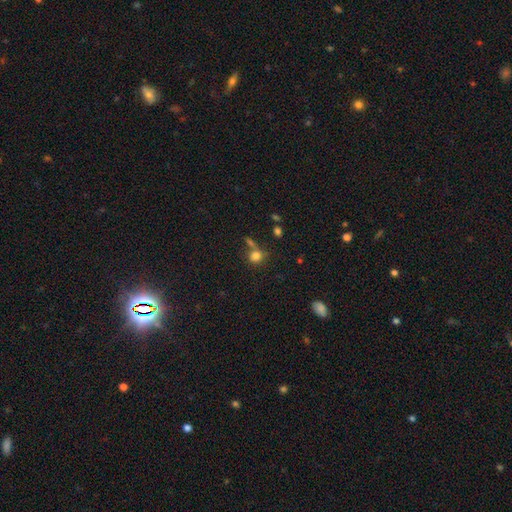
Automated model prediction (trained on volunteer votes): Smooth or featured?
  - smooth: 80% *
  - star or artifact: 12%
  - featured or disk: 7%
How rounded?
  - round: 77% *
  - in between: 22%
  - cigar-shaped: 1%
Merging?
  - none: 56% *
  - merger: 24%
  - minor disturbance: 13%
  - major disturbance: 7%